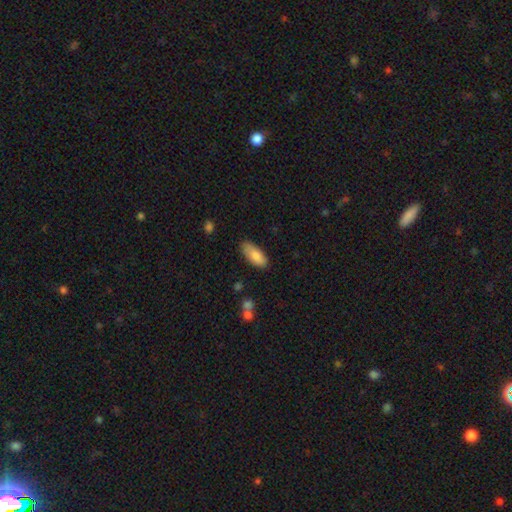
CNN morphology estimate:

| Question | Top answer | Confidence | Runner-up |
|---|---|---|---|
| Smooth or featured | smooth | 83% | featured or disk (11%) |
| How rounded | in between | 85% | cigar-shaped (13%) |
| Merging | none | 76% | minor disturbance (19%) |